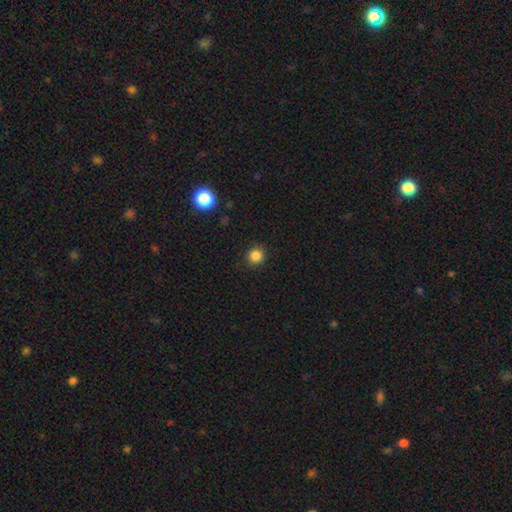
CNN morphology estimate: Smooth or featured?
  - smooth: 85% *
  - star or artifact: 12%
  - featured or disk: 3%
How rounded?
  - round: 92% *
  - in between: 7%
  - cigar-shaped: 1%
Merging?
  - none: 89% *
  - minor disturbance: 7%
  - major disturbance: 2%
  - merger: 1%